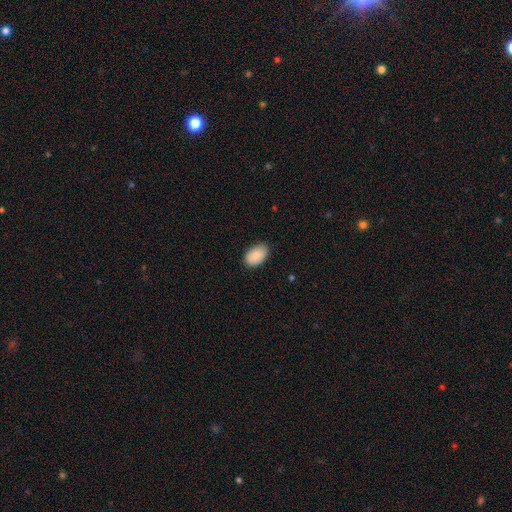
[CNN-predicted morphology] A smooth galaxy with no disk features (87%) that is in between round and cigar-shaped (92%).

Vote fractions:
- Smooth or featured? smooth: 87% / featured or disk: 7% / star or artifact: 6%
- How rounded? in between: 92% / round: 7% / cigar-shaped: 1%
- Merging? none: 85% / minor disturbance: 12% / major disturbance: 2% / merger: 1%